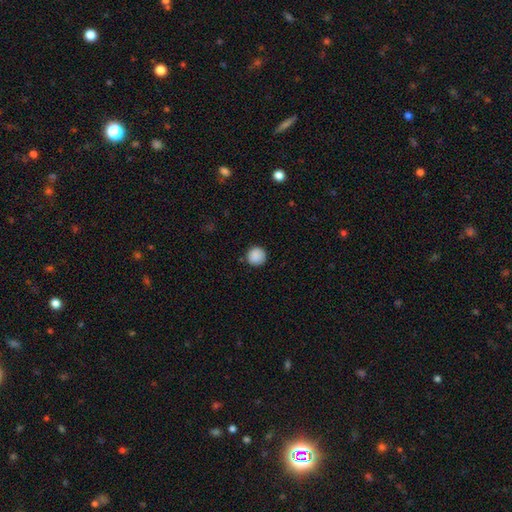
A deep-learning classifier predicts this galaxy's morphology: type=smooth (89%); roundness=round (95%); merging=none (89%).